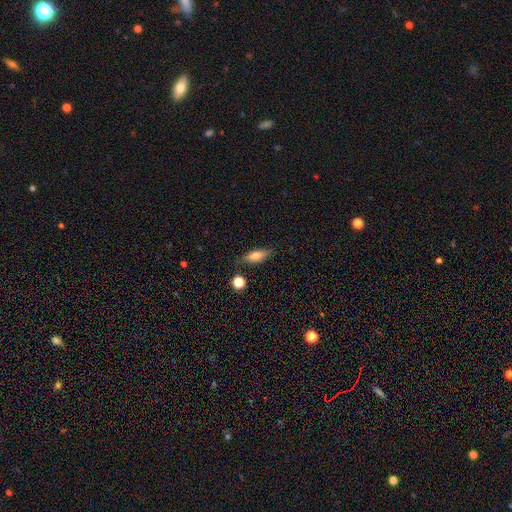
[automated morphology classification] A smooth galaxy with no disk features (70%) that is in between round and cigar-shaped (63%). Merging: none (79%).